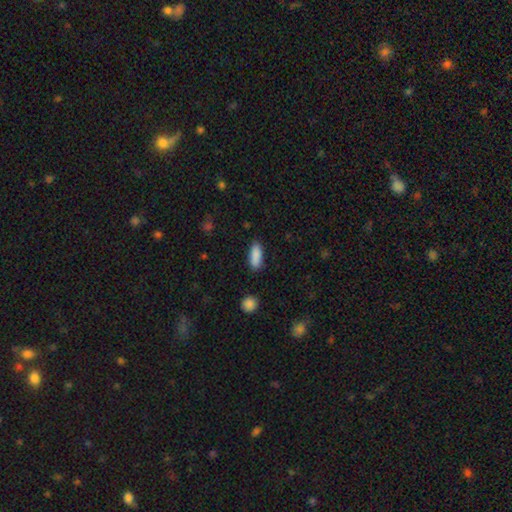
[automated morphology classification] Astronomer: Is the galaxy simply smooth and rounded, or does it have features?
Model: smooth — 89%.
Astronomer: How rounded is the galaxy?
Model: in between — 74%.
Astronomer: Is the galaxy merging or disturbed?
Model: none — 86%.